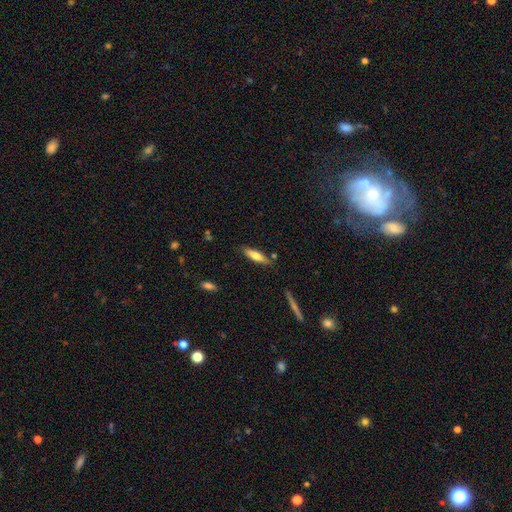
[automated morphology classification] type=smooth (65%); roundness=cigar-shaped (67%); merging=none (81%).